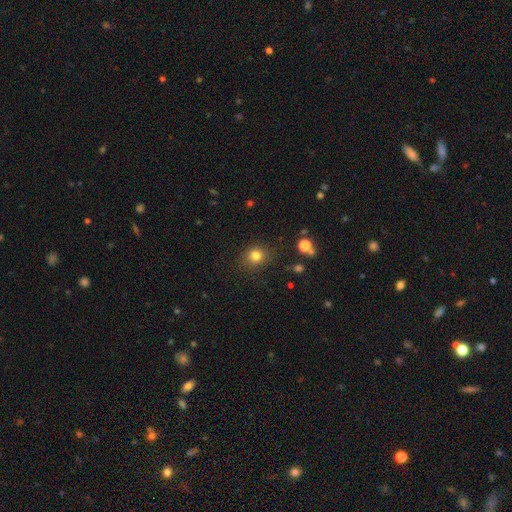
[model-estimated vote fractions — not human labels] A smooth galaxy with no disk features (81%) that is round (75%).

Vote fractions:
- Smooth or featured? smooth: 81% / star or artifact: 13% / featured or disk: 6%
- How rounded? round: 75% / in between: 24% / cigar-shaped: 1%
- Merging? none: 84% / minor disturbance: 11% / major disturbance: 4% / merger: 2%